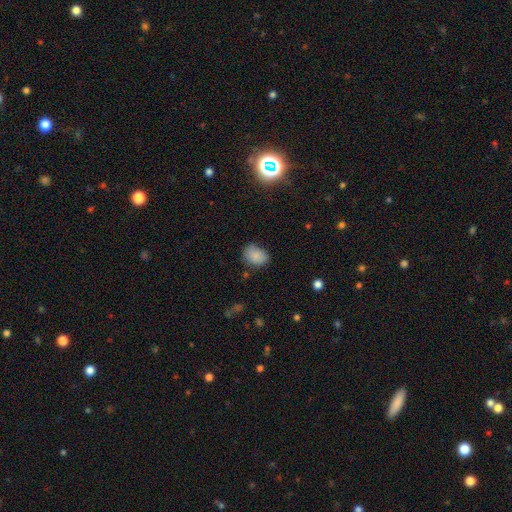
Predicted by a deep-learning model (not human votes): Smooth or featured?
  - smooth: 84% *
  - star or artifact: 10%
  - featured or disk: 6%
How rounded?
  - in between: 70% *
  - round: 29%
  - cigar-shaped: 1%
Merging?
  - none: 69% *
  - minor disturbance: 23%
  - major disturbance: 5%
  - merger: 3%